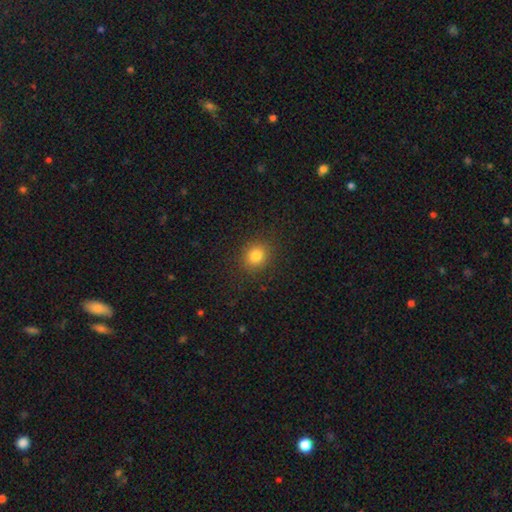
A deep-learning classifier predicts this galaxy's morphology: Smooth or featured? Predicted: smooth (p=0.82). How rounded? Predicted: round (p=0.81). Merging? Predicted: none (p=0.89).